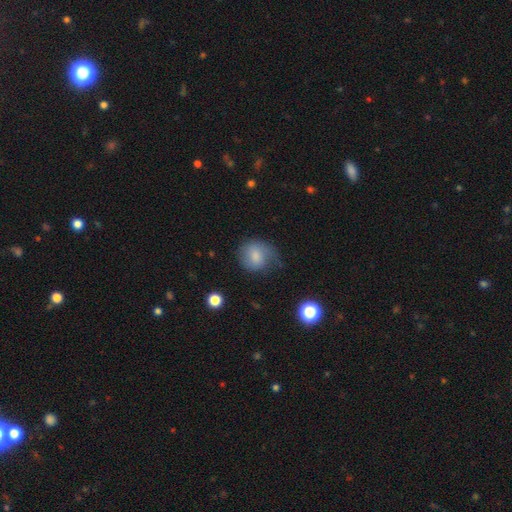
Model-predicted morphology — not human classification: Overall: smooth (73%). How rounded: round (74%). Merging: none (50%; minor disturbance 30%).